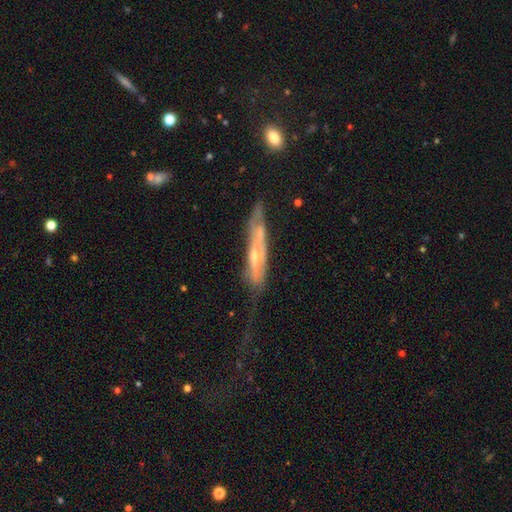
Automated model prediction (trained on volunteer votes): featured or disk 68%, smooth 25%, star or artifact 7%. Down the decision tree: edge-on disk — yes (58%); merging — none (37%).